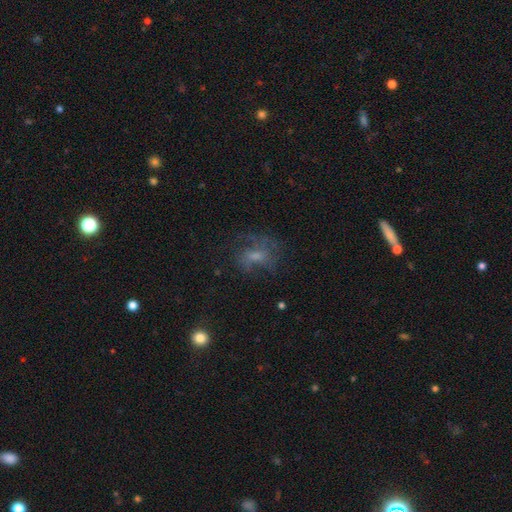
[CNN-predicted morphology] A featured or disk galaxy (53%) with no bar (55%), spiral arms (66%) and a moderate central bulge (37%).

Vote fractions:
- Smooth or featured? featured or disk: 53% / smooth: 30% / star or artifact: 17%
- Edge-on disk? no: 96% / yes: 4%
- Bar? no: 55% / weak: 37% / strong: 8%
- Spiral arms? yes: 66% / no: 34%
- Bulge size? moderate: 37% / small: 36% / none: 19% / large: 7% / dominant: 2%
- Merging? none: 51% / major disturbance: 27% / minor disturbance: 20% / merger: 2%